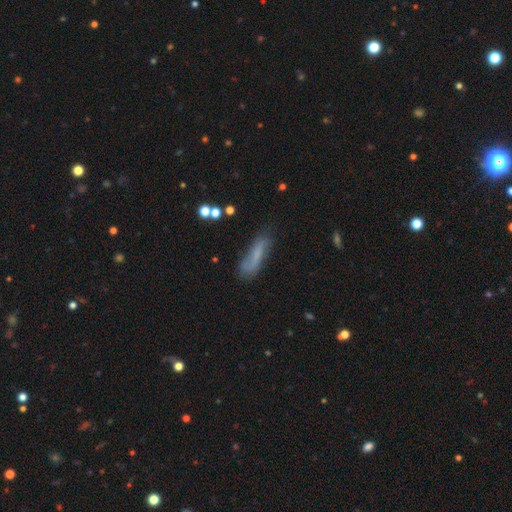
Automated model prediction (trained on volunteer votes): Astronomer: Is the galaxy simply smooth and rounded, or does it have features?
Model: smooth — 58%.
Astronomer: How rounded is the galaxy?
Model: cigar-shaped — 64%.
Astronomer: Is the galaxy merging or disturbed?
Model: none — 56%.